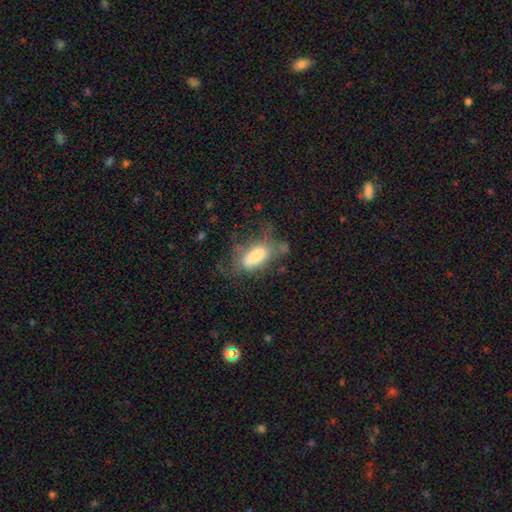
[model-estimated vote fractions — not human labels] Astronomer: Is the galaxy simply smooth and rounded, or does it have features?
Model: smooth — 60%.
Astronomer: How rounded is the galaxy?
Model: in between — 87%.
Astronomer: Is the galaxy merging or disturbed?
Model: major disturbance — 36% (runner-up: none, 33%).